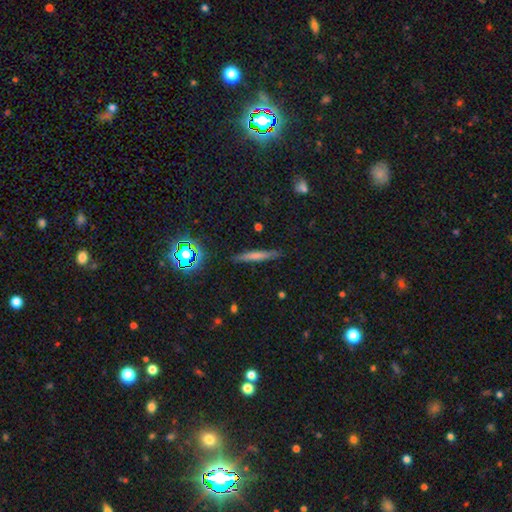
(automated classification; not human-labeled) Smooth or featured? smooth (58%)
How rounded? cigar-shaped (92%)
Merging? none (87%)